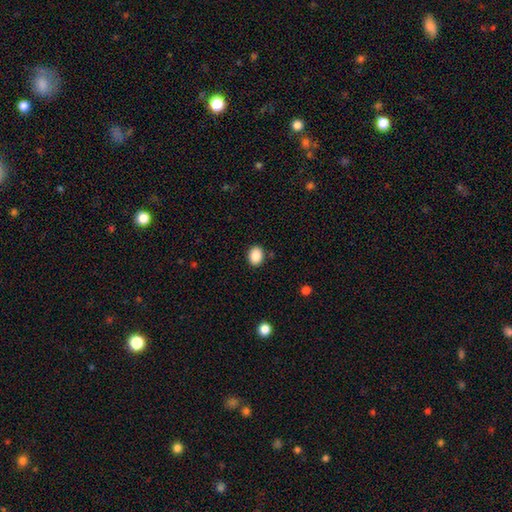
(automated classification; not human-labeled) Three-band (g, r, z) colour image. It shows a smooth galaxy with no disk features (88%) that is in between round and cigar-shaped (57%). Merging: none (88%).